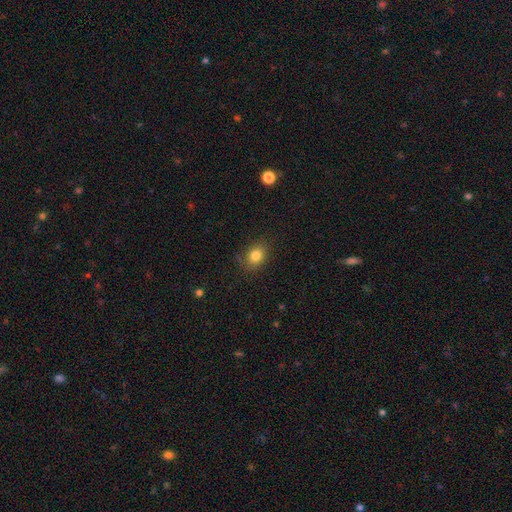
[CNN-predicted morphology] This is clearly a smooth galaxy (83%). How rounded: possibly in between (51%). Merging: likely none (80%).